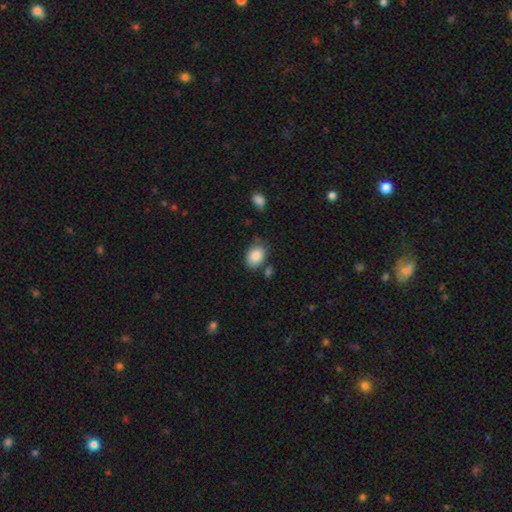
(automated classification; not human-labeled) Smooth or featured?
  - smooth: 87% *
  - star or artifact: 7%
  - featured or disk: 6%
How rounded?
  - in between: 76% *
  - round: 23%
  - cigar-shaped: 1%
Merging?
  - none: 71% *
  - minor disturbance: 17%
  - merger: 8%
  - major disturbance: 4%